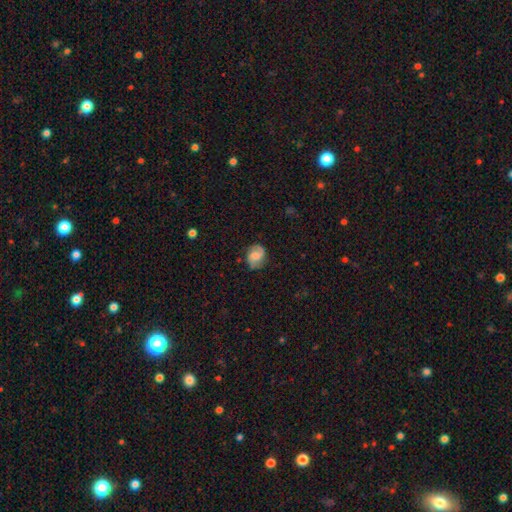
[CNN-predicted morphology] This is likely a featured or disk galaxy (62%). It is clearly not viewed edge-on (98%). Bar: possibly no (48%). Spiral arm pattern: clearly yes (93%). Spiral arm count: clearly 2 (87%). Spiral winding: possibly medium (46%). Central bulge: marginally moderate (37%). Merging: likely none (77%).